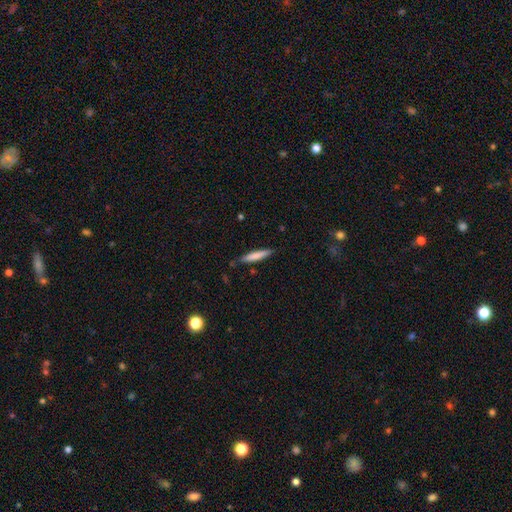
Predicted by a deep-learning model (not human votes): smooth_or_featured: smooth (p=0.74) [alt: featured or disk p=0.20]
how_rounded: cigar-shaped (p=0.91) [alt: in between p=0.08]
merging: none (p=0.83) [alt: minor disturbance p=0.12]